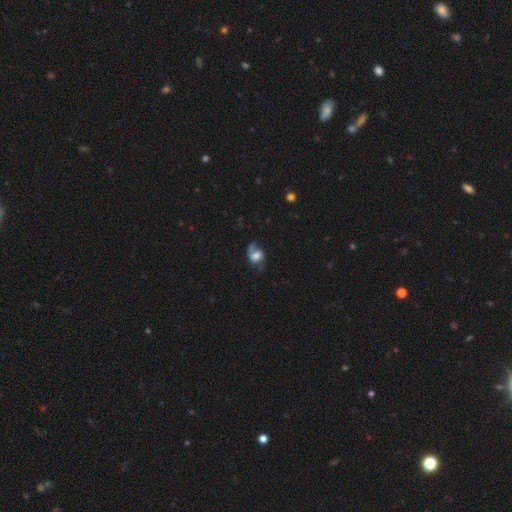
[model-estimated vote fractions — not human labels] Smooth or featured: featured or disk — 47% (smooth — 43%)
Merging: none — 42% (major disturbance — 28%)